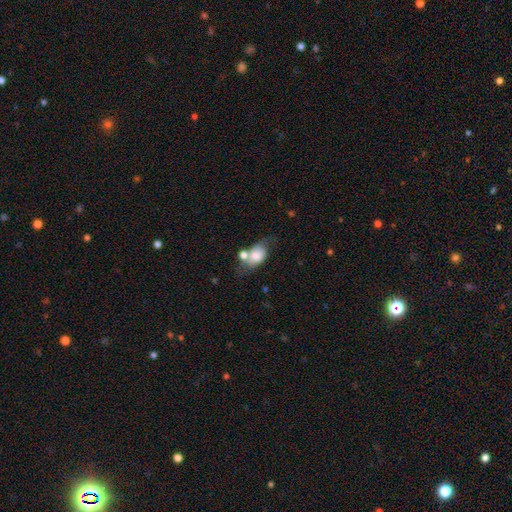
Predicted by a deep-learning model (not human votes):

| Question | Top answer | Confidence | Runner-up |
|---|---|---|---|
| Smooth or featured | smooth | 71% | featured or disk (21%) |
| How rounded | in between | 79% | round (19%) |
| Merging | none | 40% | merger (27%) |